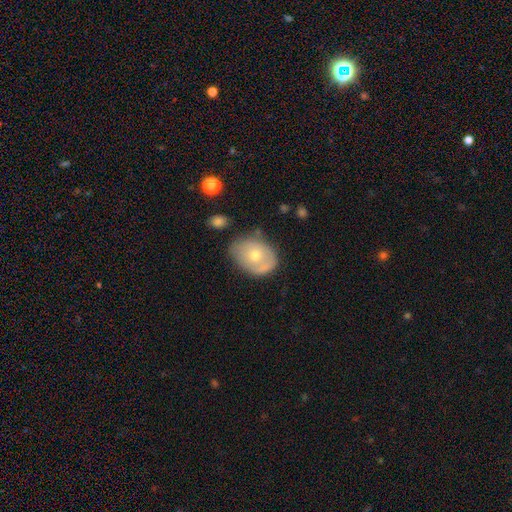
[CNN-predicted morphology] A smooth galaxy with no disk features (59%) that is in between round and cigar-shaped (63%). Merging: none (51%).